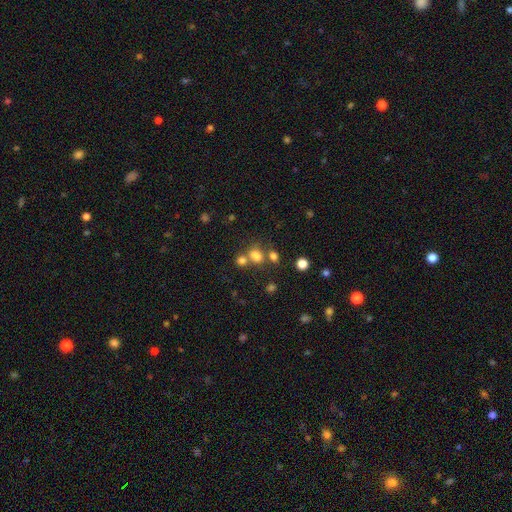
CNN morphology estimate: This is likely a smooth galaxy (74%). How rounded: possibly in between (50%). Merging: possibly none (48%).